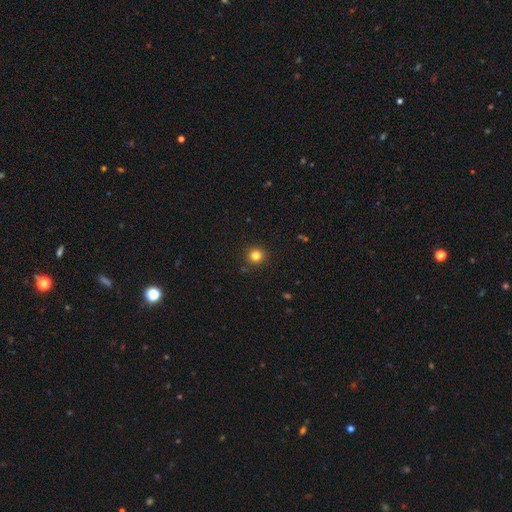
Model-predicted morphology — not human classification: This appears to be a smooth galaxy with no disk features (81%) that is round (95%). Merging: none (90%).